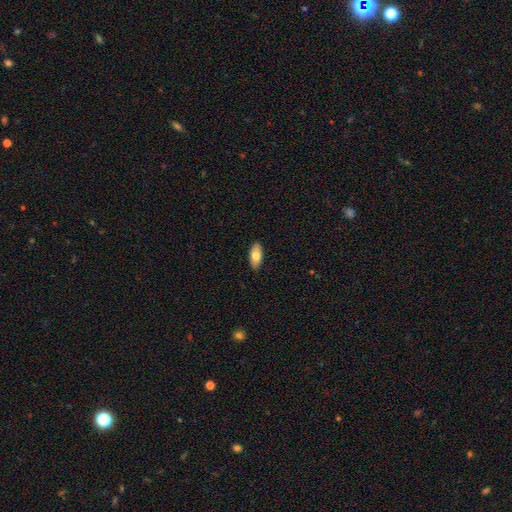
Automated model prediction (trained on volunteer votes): Q: Smooth or featured?
A: smooth (76%); runner-up: featured or disk (18%)
Q: How rounded?
A: in between (90%); runner-up: cigar-shaped (8%)
Q: Merging?
A: none (89%); runner-up: minor disturbance (9%)